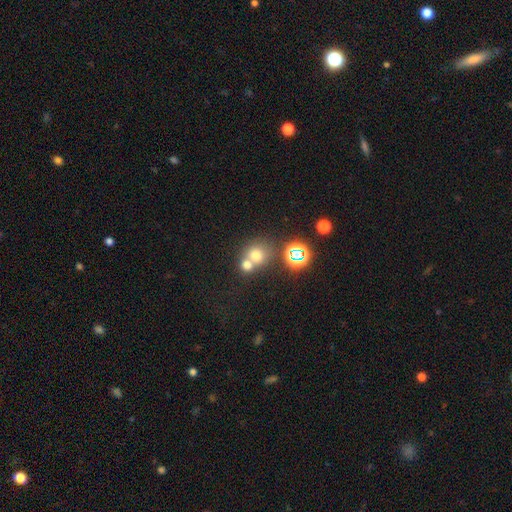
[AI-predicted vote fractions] Smooth or featured? Predicted: smooth (p=0.67). How rounded? Predicted: round (p=0.82). Merging? Predicted: merger (p=0.49).